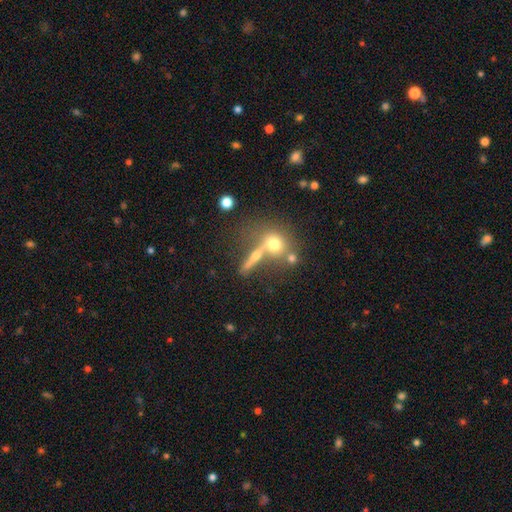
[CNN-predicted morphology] type=smooth (45%); merging=none (53%).